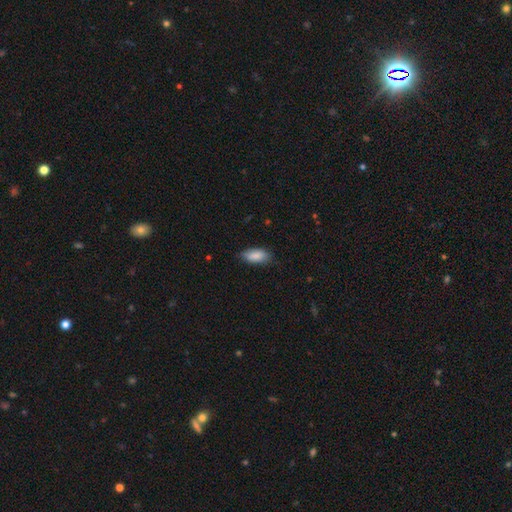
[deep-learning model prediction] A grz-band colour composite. It shows a smooth galaxy with no disk features (86%) that is in between round and cigar-shaped (87%). Merging: none (75%).